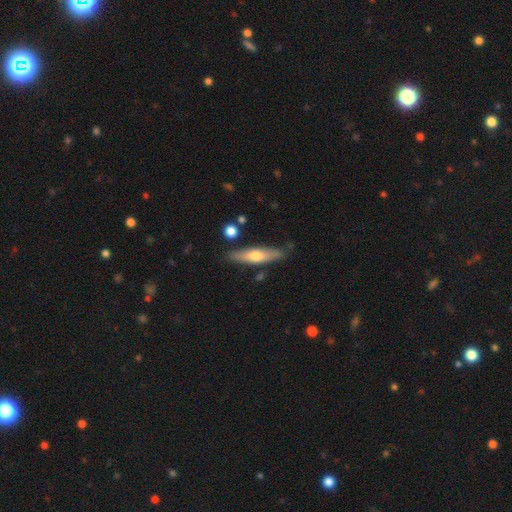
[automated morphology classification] Smooth or featured? smooth (50%)
How rounded? cigar-shaped (74%)
Merging? none (82%)